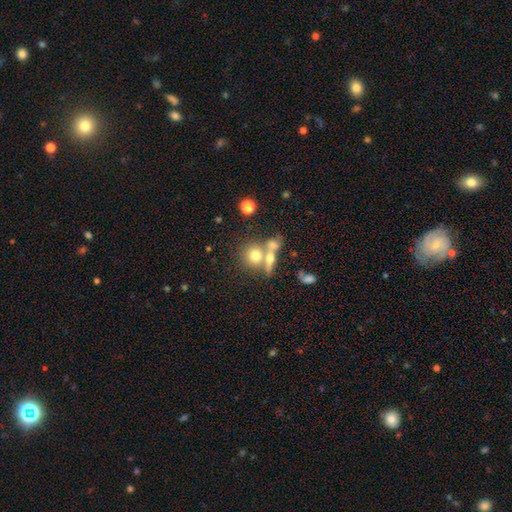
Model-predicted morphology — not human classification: Smooth or featured: smooth — 67% (featured or disk — 21%)
How rounded: round — 76% (in between — 20%)
Merging: none — 46% (merger — 40%)